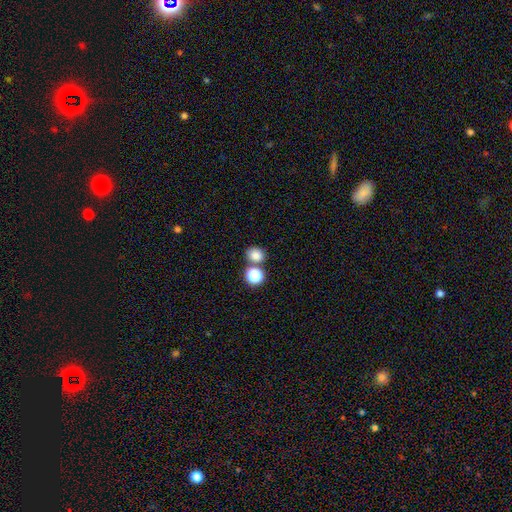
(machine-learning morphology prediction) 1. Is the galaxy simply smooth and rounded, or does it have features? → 80% smooth, 14% star or artifact, 5% featured or disk.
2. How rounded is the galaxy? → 70% round, 29% in between, 1% cigar-shaped.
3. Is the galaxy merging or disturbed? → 65% none, 24% merger, 9% minor disturbance, 3% major disturbance.